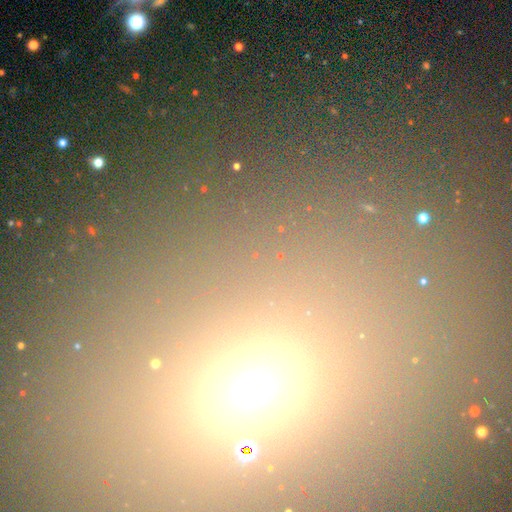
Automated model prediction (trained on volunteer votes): Q: Smooth or featured?
A: star or artifact (57%); runner-up: smooth (33%)